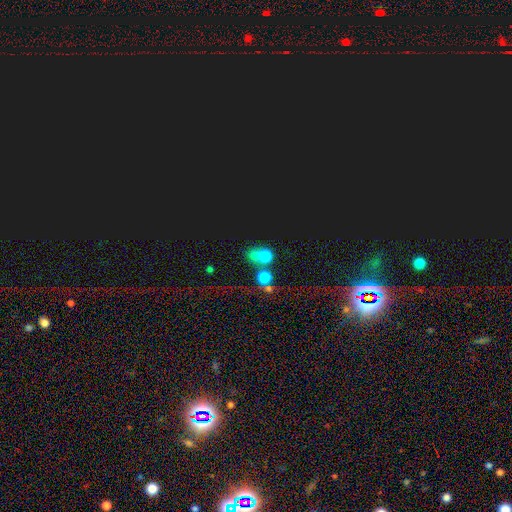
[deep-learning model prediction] Smooth or featured?
  - smooth: 61% *
  - star or artifact: 26%
  - featured or disk: 13%
How rounded?
  - round: 79% *
  - in between: 19%
  - cigar-shaped: 2%
Merging?
  - merger: 53% *
  - none: 35%
  - minor disturbance: 7%
  - major disturbance: 6%